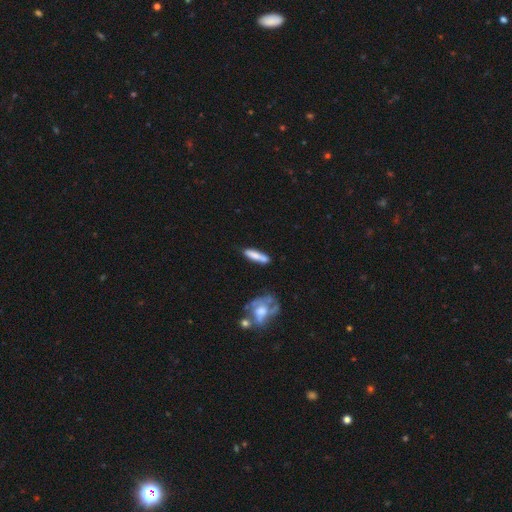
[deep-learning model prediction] The model was most divided on "merging": none: 66%, minor disturbance: 19%, merger: 9%, major disturbance: 5%. More confident: how rounded — cigar-shaped (75%); smooth or featured — smooth (71%).